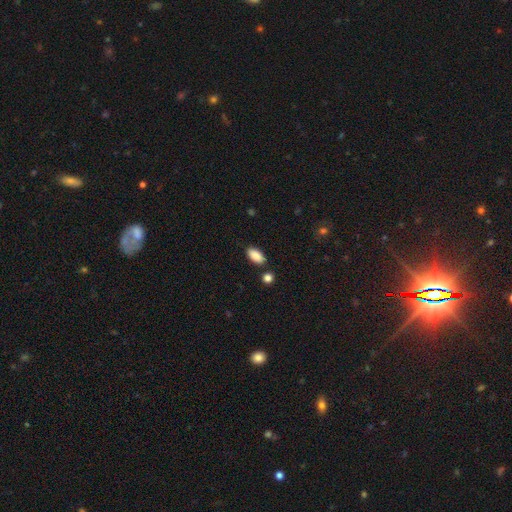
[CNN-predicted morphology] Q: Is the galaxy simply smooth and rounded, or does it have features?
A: smooth — 89%.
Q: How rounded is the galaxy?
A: in between — 93%.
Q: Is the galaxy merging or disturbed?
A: none — 84%.